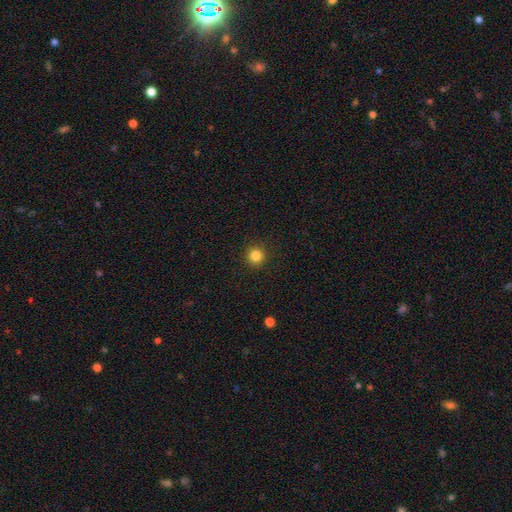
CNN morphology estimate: A smooth galaxy with no disk features (84%) that is round (95%). Merging: none (92%).